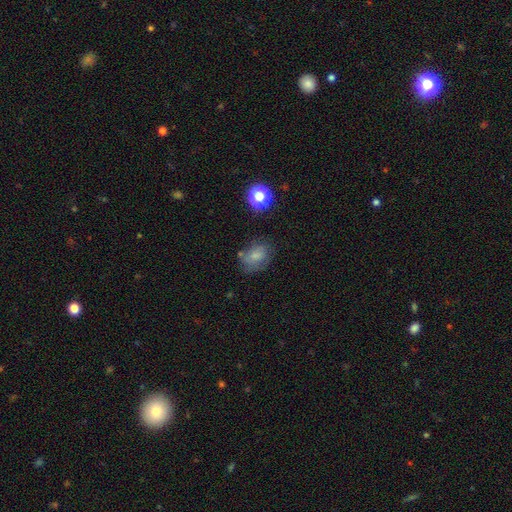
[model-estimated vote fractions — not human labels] A smooth galaxy with no disk features (69%) that is in between round and cigar-shaped (68%). Merging: none (58%).